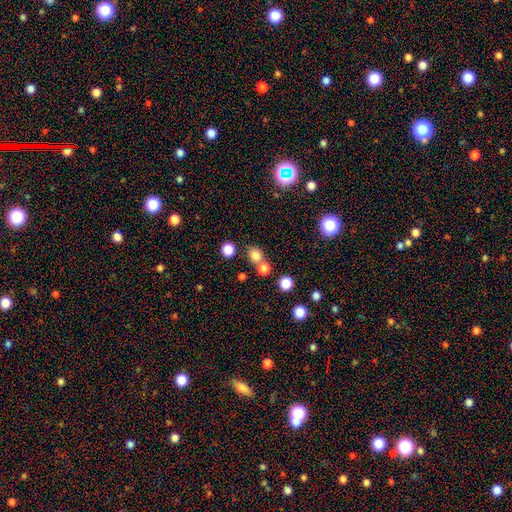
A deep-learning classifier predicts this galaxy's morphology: Overall: smooth (78%). How rounded: round (76%). Merging: none (62%; merger 26%).